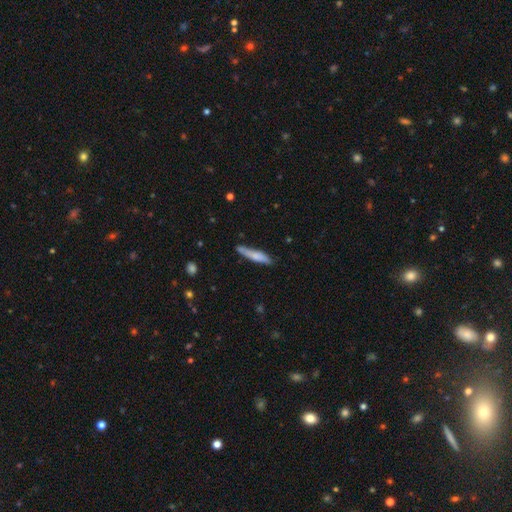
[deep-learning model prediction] Smooth or featured? smooth (69%)
How rounded? cigar-shaped (89%)
Merging? none (73%)